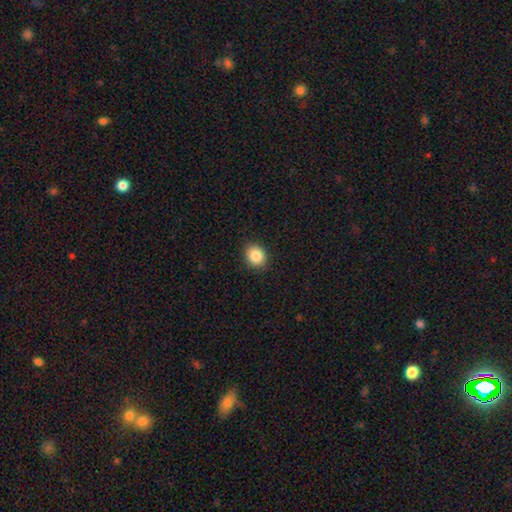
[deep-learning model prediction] Q: Smooth or featured?
A: smooth (86%); runner-up: star or artifact (9%)
Q: How rounded?
A: round (68%); runner-up: in between (31%)
Q: Merging?
A: none (90%); runner-up: minor disturbance (7%)